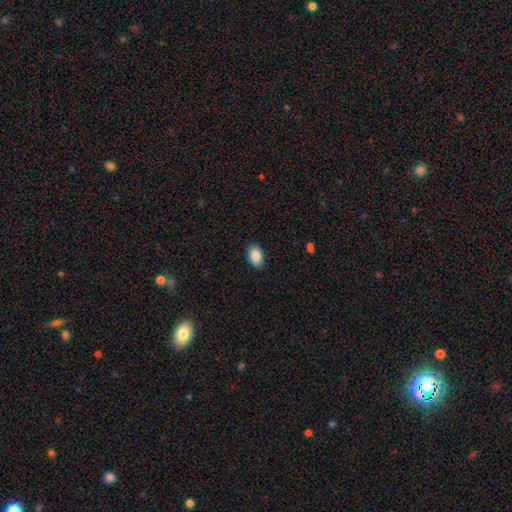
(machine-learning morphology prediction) Smooth or featured: smooth — 89% (star or artifact — 7%)
How rounded: in between — 90% (round — 8%)
Merging: none — 87% (minor disturbance — 10%)